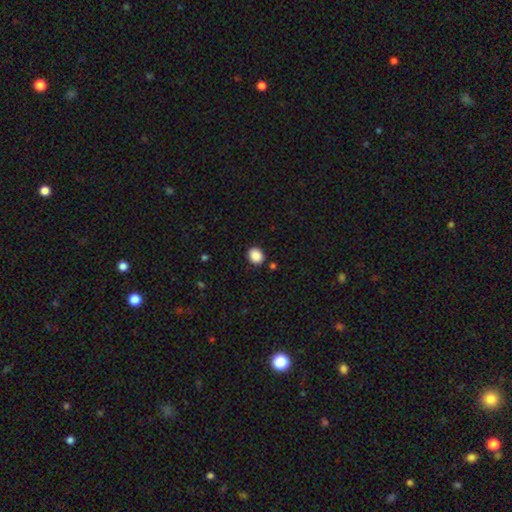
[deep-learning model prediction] Smooth or featured? Predicted: smooth (p=0.88). How rounded? Predicted: round (p=0.56). Merging? Predicted: none (p=0.87).